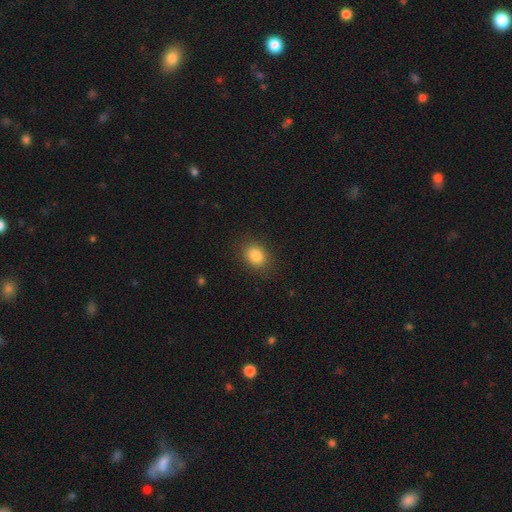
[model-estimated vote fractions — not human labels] This is clearly a smooth galaxy (84%). How rounded: possibly round (52%). Merging: clearly none (86%).